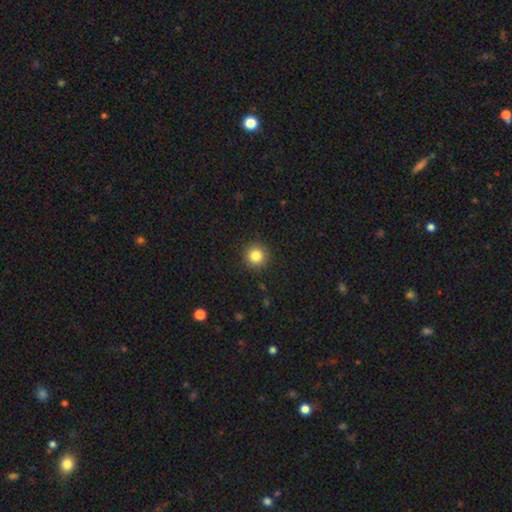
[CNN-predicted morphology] The model was most divided on "smooth or featured": smooth: 84%, star or artifact: 11%, featured or disk: 5%. More confident: how rounded — round (95%); merging — none (91%).